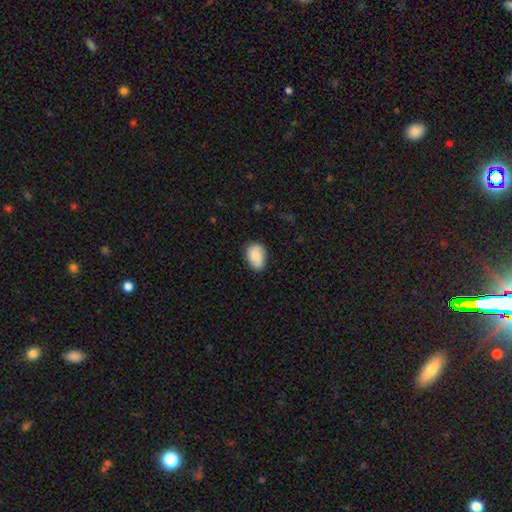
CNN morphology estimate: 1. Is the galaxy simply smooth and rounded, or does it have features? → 82% smooth, 11% featured or disk, 7% star or artifact.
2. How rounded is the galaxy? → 80% in between, 19% round, 1% cigar-shaped.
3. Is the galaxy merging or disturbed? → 79% none, 17% minor disturbance, 3% major disturbance, 1% merger.